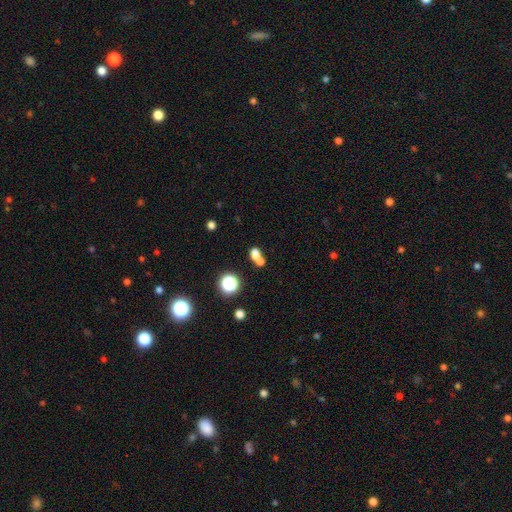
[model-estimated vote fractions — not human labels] Smooth or featured? smooth (69%)
How rounded? round (49%, tied with in between)
Merging? merger (55%)